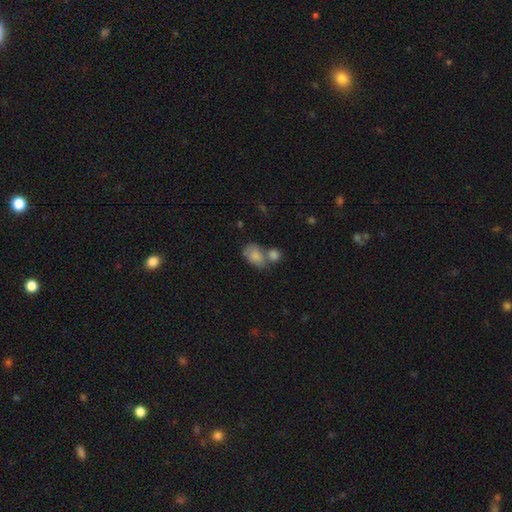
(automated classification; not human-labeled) A smooth galaxy with no disk features (80%) that is in between round and cigar-shaped (85%). Merging: merger (47%).